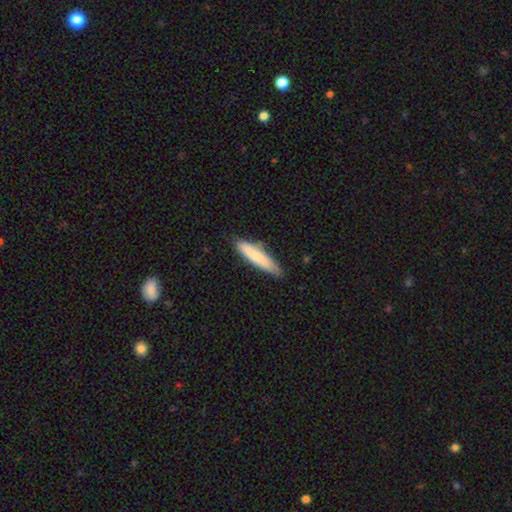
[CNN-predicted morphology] A smooth galaxy with no disk features (79%) that is cigar-shaped (87%). Merging: none (78%).